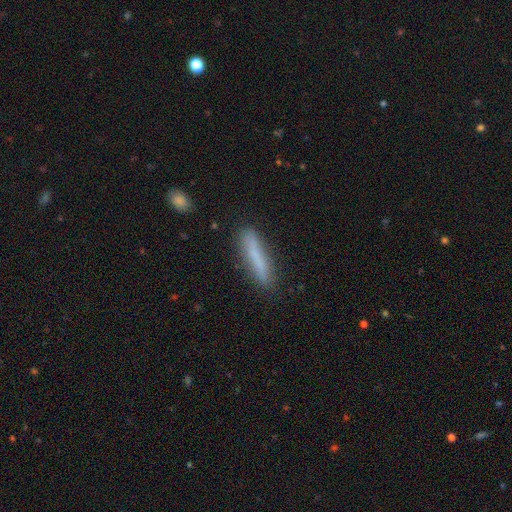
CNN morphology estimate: Smooth or featured?
  - smooth: 73% *
  - featured or disk: 20%
  - star or artifact: 7%
How rounded?
  - cigar-shaped: 91% *
  - in between: 8%
  - round: 1%
Merging?
  - none: 86% *
  - minor disturbance: 10%
  - major disturbance: 2%
  - merger: 2%